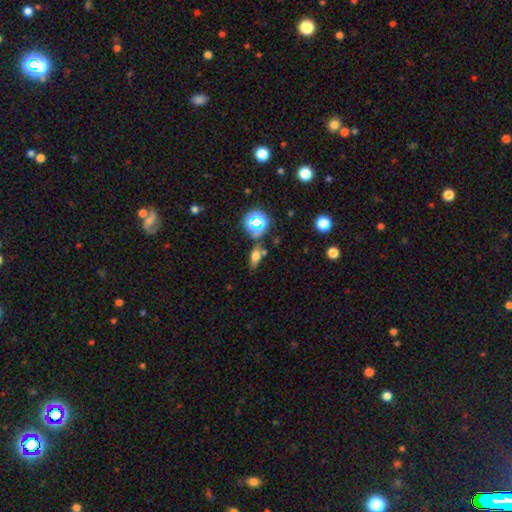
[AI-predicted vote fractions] A smooth galaxy with no disk features (63%) that is in between round and cigar-shaped (73%). Merging: none (65%).